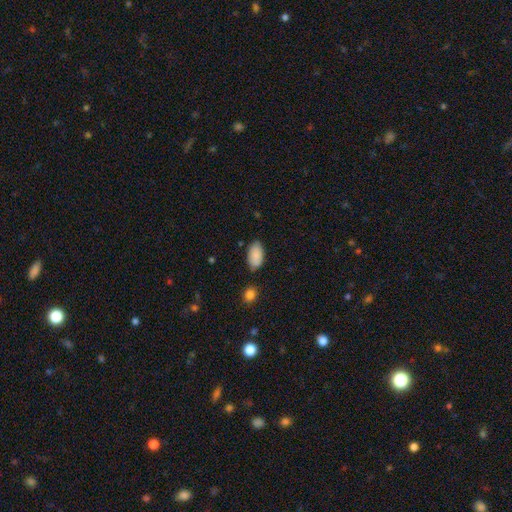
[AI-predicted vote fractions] Q: Smooth or featured?
A: smooth (88%); runner-up: star or artifact (6%)
Q: How rounded?
A: in between (95%); runner-up: round (3%)
Q: Merging?
A: none (78%); runner-up: minor disturbance (16%)